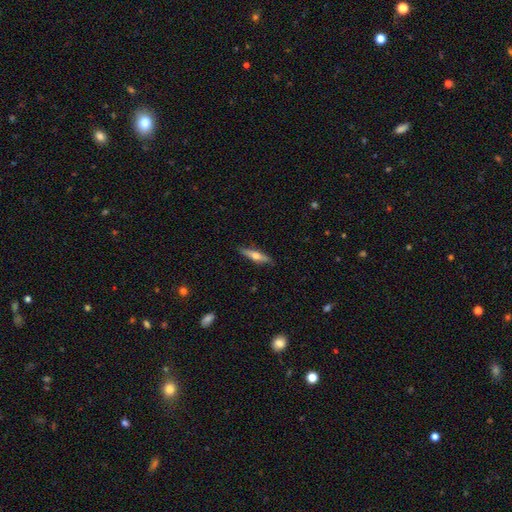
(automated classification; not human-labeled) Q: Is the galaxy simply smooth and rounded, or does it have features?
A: featured or disk — 54%.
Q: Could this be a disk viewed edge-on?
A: yes — 93%.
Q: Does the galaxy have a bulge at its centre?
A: rounded — 92%.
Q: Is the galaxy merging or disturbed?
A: none — 87%.